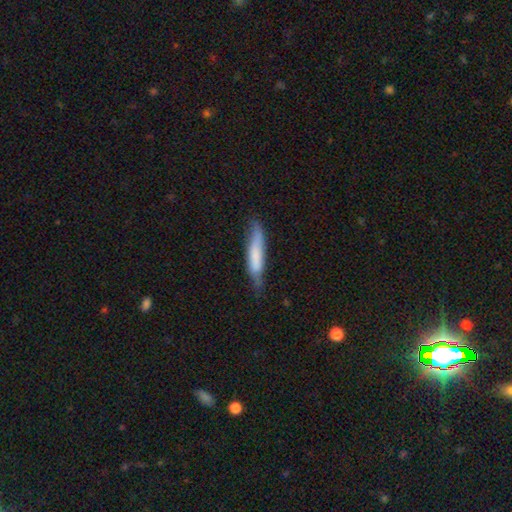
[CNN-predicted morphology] A smooth galaxy with no disk features (68%) that is cigar-shaped (85%). Merging: none (57%).